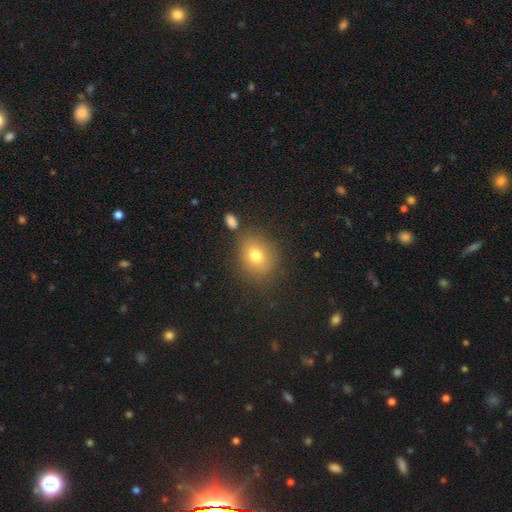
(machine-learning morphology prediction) A smooth galaxy with no disk features (75%) that is round (64%).

Vote fractions:
- Smooth or featured? smooth: 75% / star or artifact: 14% / featured or disk: 11%
- How rounded? round: 64% / in between: 35% / cigar-shaped: 1%
- Merging? none: 77% / minor disturbance: 13% / merger: 7% / major disturbance: 4%